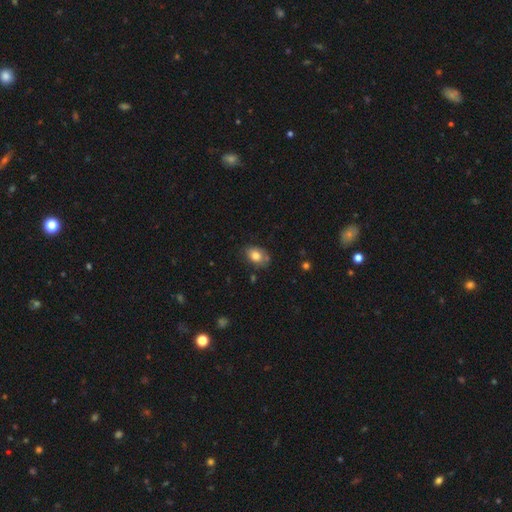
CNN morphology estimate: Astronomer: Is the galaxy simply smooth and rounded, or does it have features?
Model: smooth — 79%.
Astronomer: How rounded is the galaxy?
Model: in between — 73%.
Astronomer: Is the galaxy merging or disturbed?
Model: none — 67%.